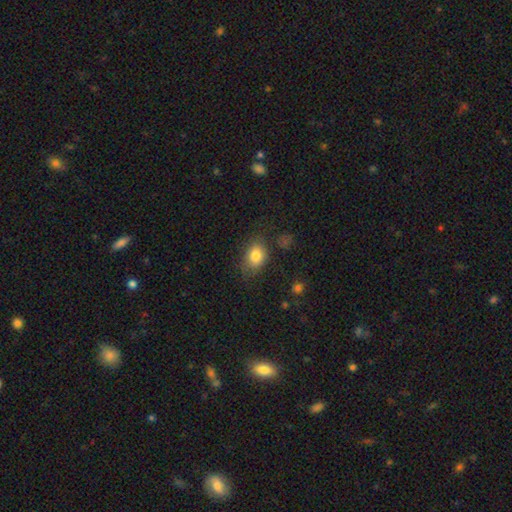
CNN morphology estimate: This is clearly a smooth galaxy (81%). How rounded: likely in between (75%). Merging: likely none (68%).